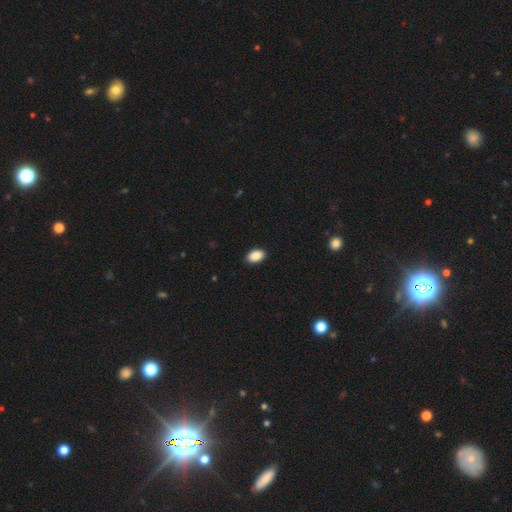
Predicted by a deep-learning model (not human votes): Smooth or featured? smooth (89%)
How rounded? in between (92%)
Merging? none (90%)